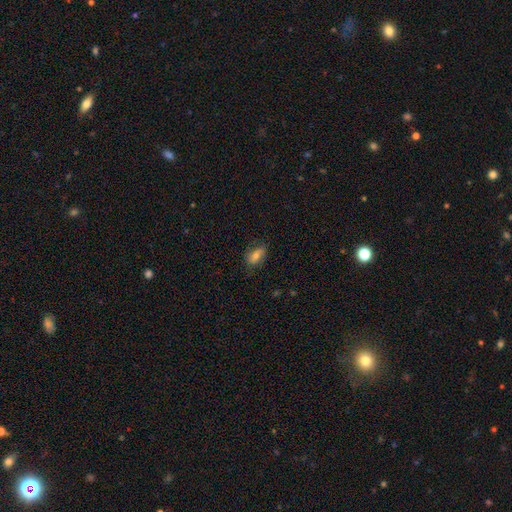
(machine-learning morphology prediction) Smooth or featured? Predicted: smooth (p=0.67). How rounded? Predicted: in between (p=0.84). Merging? Predicted: none (p=0.73).